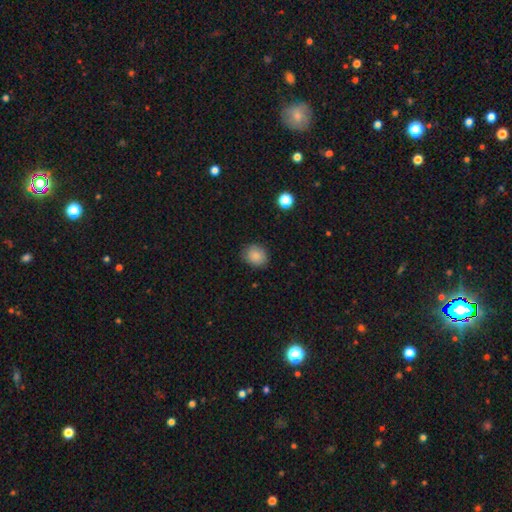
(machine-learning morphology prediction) type=smooth (86%); roundness=round (72%); merging=none (85%).